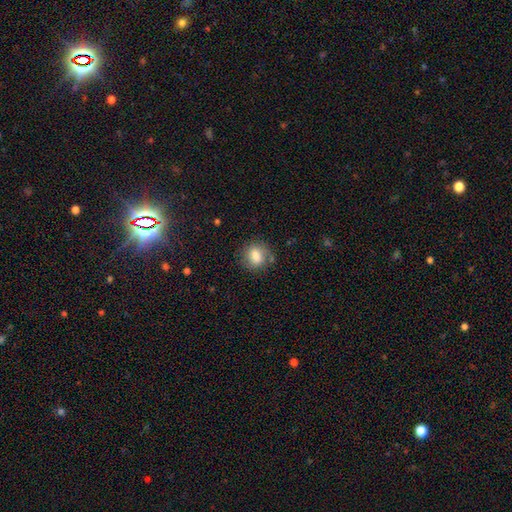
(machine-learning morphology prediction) A smooth galaxy with no disk features (81%) that is round (63%).

Vote fractions:
- Smooth or featured? smooth: 81% / featured or disk: 10% / star or artifact: 9%
- How rounded? round: 63% / in between: 35% / cigar-shaped: 1%
- Merging? none: 75% / minor disturbance: 16% / major disturbance: 5% / merger: 4%